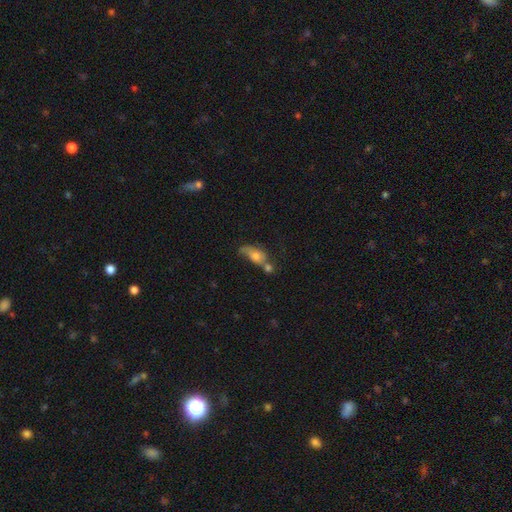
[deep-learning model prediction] Smooth or featured? smooth (63%)
How rounded? in between (74%)
Merging? merger (41%)